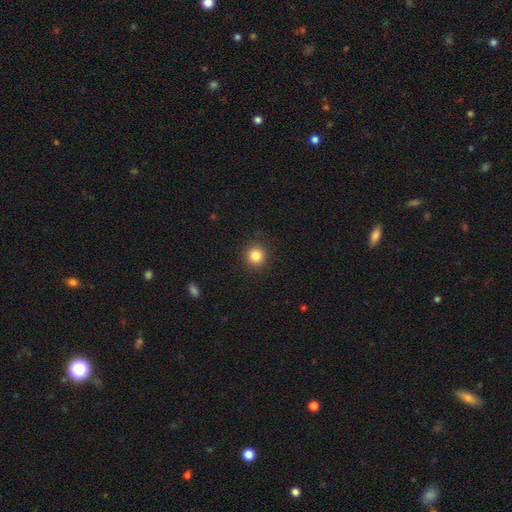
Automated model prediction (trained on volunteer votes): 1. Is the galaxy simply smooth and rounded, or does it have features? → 84% smooth, 11% star or artifact, 5% featured or disk.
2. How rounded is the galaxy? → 93% round, 6% in between, 1% cigar-shaped.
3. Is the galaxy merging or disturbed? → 90% none, 6% minor disturbance, 2% major disturbance, 1% merger.